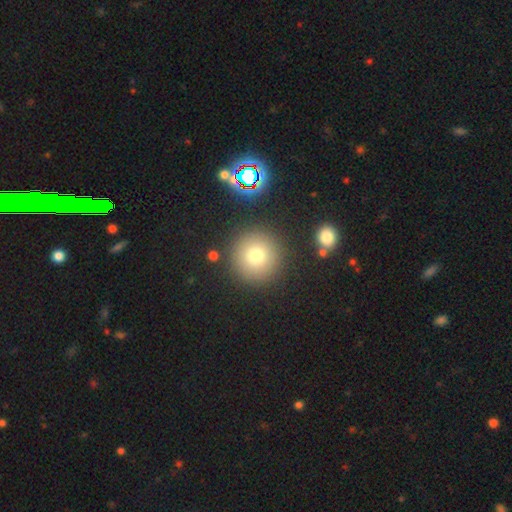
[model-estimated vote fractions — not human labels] Smooth or featured? smooth (75%)
How rounded? round (96%)
Merging? none (88%)